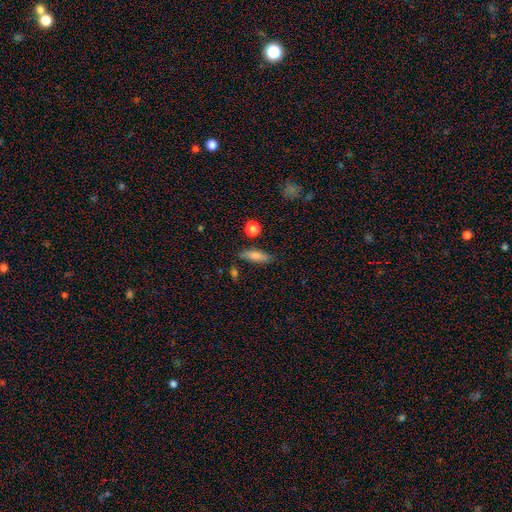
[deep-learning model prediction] Smooth or featured? Predicted: smooth (p=0.77). How rounded? Predicted: in between (p=0.48, tied with cigar-shaped). Merging? Predicted: none (p=0.77).